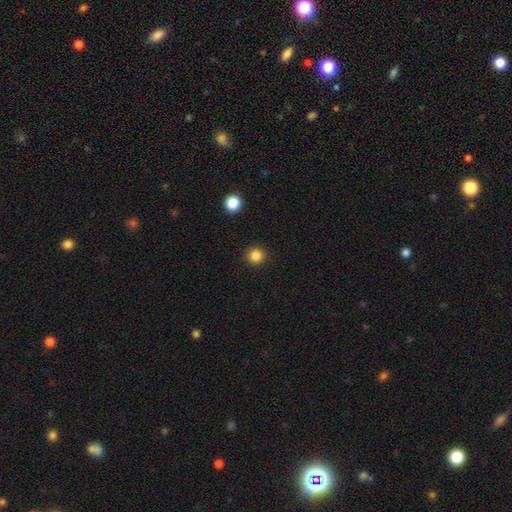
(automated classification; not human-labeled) The model was most divided on "smooth or featured": smooth: 84%, star or artifact: 12%, featured or disk: 3%. More confident: how rounded — round (95%); merging — none (92%).